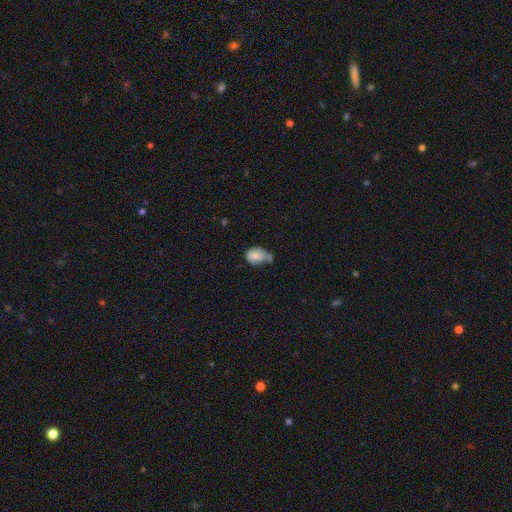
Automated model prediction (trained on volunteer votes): This appears to be a smooth galaxy with no disk features (72%) that is in between round and cigar-shaped (72%). Merging: minor disturbance (36%).